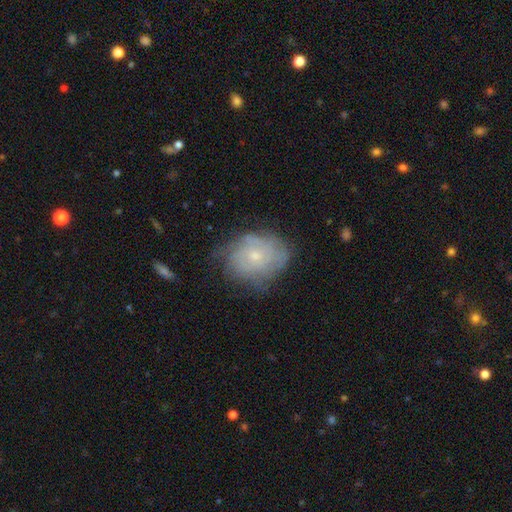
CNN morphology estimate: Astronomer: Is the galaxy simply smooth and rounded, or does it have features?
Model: featured or disk — 59%.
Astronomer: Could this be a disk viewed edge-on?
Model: no — 96%.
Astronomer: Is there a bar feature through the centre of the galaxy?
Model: no — 84%.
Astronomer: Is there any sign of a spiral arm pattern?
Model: yes — 75%.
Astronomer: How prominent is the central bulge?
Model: small — 67%.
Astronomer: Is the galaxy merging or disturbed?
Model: none — 62%.